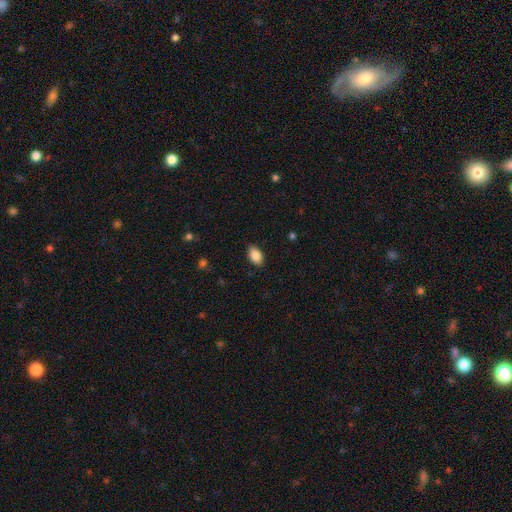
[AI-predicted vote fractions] The model was most divided on "merging": none: 86%, minor disturbance: 10%, major disturbance: 2%, merger: 1%. More confident: how rounded — in between (91%); smooth or featured — smooth (87%).